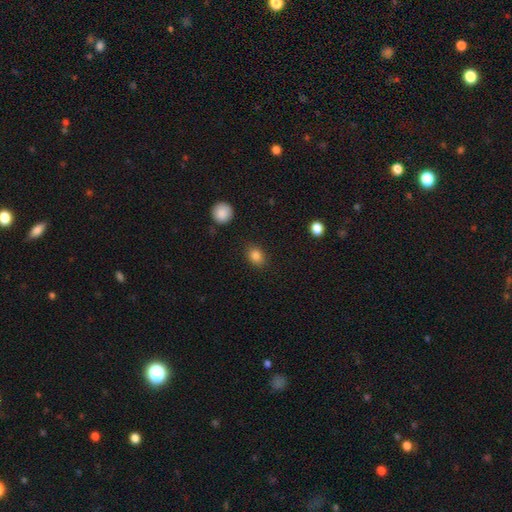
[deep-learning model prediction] A smooth galaxy with no disk features (84%) that is in between round and cigar-shaped (53%).

Vote fractions:
- Smooth or featured? smooth: 84% / star or artifact: 10% / featured or disk: 5%
- How rounded? in between: 53% / round: 46% / cigar-shaped: 1%
- Merging? none: 86% / minor disturbance: 10% / major disturbance: 3% / merger: 2%